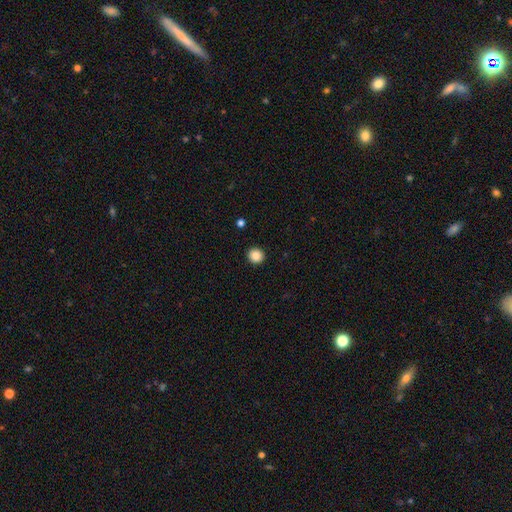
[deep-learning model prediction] smooth 86%, star or artifact 10%, featured or disk 4%. Down the decision tree: how rounded — round (92%); merging — none (93%).